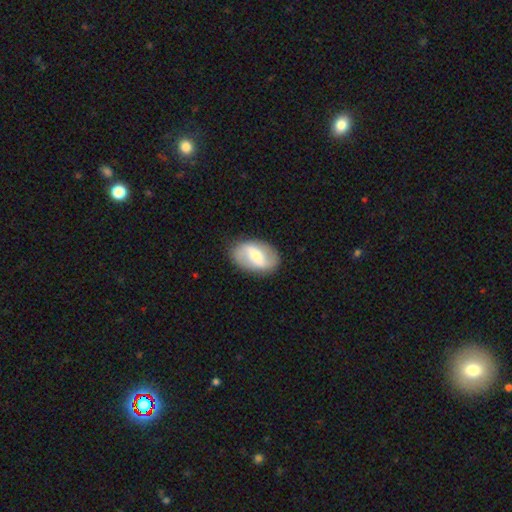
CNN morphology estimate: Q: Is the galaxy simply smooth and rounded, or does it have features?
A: featured or disk — 63%.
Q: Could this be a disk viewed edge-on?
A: no — 95%.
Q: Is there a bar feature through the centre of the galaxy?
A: weak — 41%.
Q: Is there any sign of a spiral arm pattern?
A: yes — 78%.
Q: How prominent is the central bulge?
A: moderate — 47%.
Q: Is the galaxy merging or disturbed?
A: none — 83%.